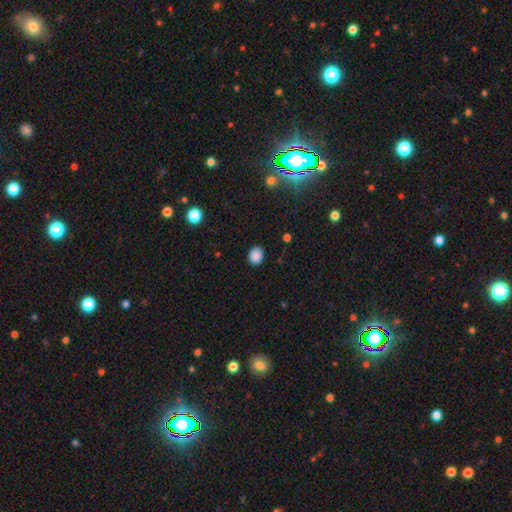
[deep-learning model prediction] Q: Smooth or featured?
A: smooth (87%); runner-up: star or artifact (10%)
Q: How rounded?
A: round (58%); runner-up: in between (41%)
Q: Merging?
A: none (89%); runner-up: minor disturbance (8%)